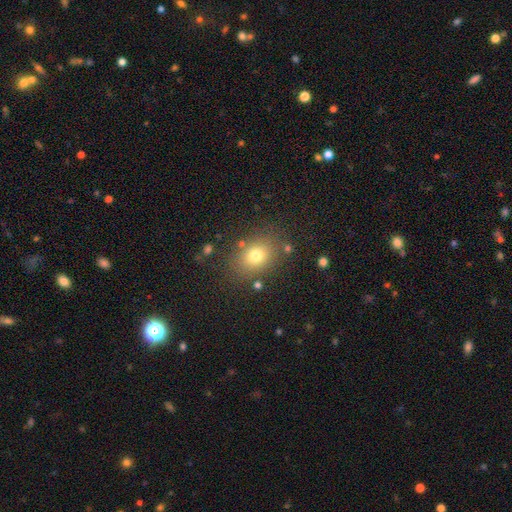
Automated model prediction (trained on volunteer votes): This appears to be a smooth galaxy with no disk features (75%) that is in between round and cigar-shaped (54%). Merging: none (81%).